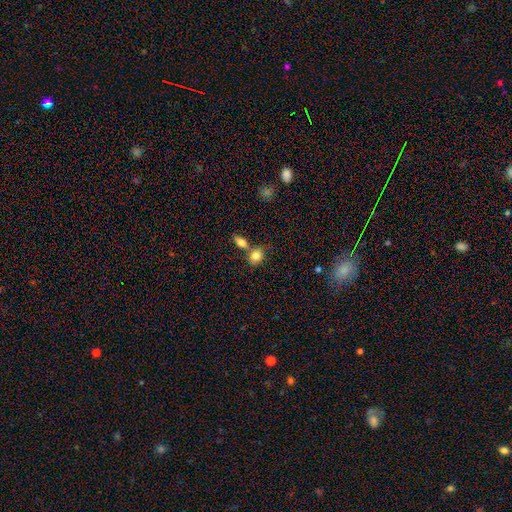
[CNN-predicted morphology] Smooth or featured: smooth — 83% (star or artifact — 9%)
How rounded: round — 49% (tied with in between — 49%)
Merging: none — 46% (merger — 38%)